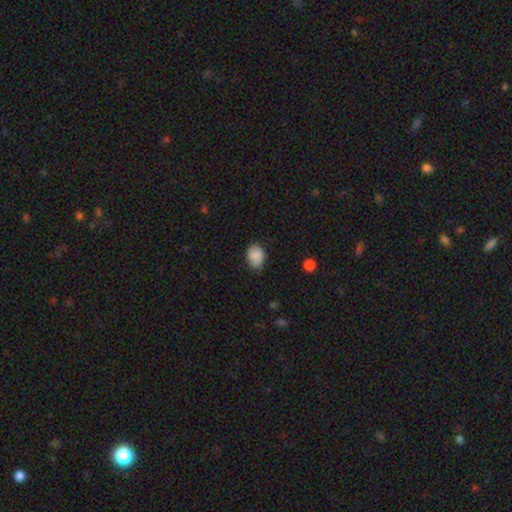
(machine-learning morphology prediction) smooth_or_featured: smooth (p=0.87) [alt: star or artifact p=0.08]
how_rounded: in between (p=0.64) [alt: round p=0.35]
merging: none (p=0.73) [alt: minor disturbance p=0.22]